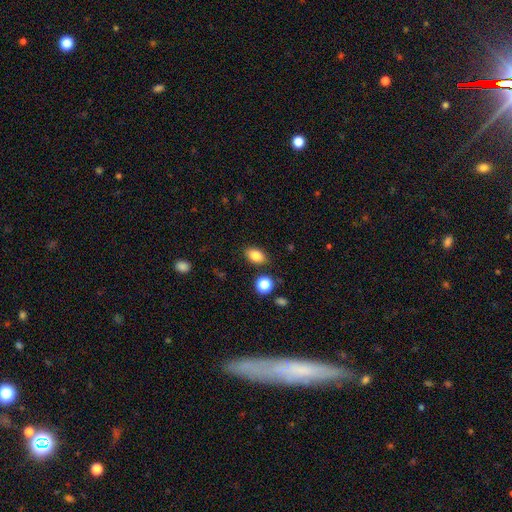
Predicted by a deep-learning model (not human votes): The model was most divided on "how rounded": in between: 85%, round: 13%, cigar-shaped: 2%. More confident: merging — none (85%); smooth or featured — smooth (84%).